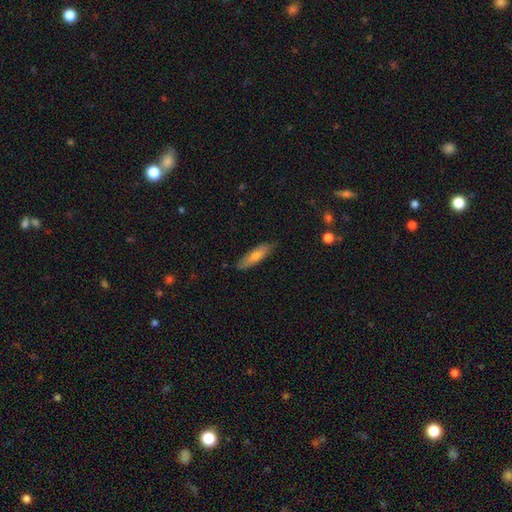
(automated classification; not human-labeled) smooth-or-featured: smooth: 61% | featured or disk: 32% | star or artifact: 7%
  how-rounded: cigar-shaped: 73% | in between: 25% | round: 2%
  merging: none: 86% | minor disturbance: 11% | major disturbance: 2% | merger: 1%